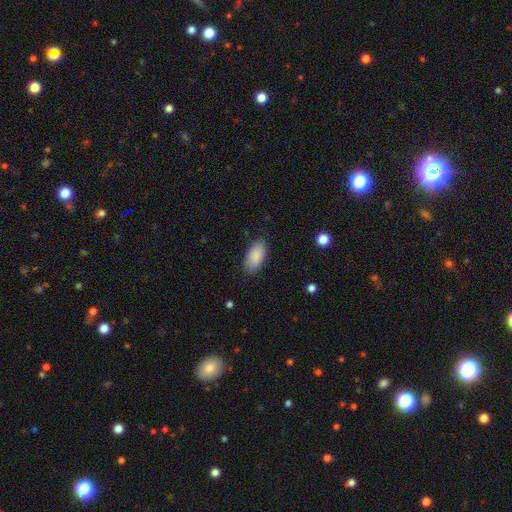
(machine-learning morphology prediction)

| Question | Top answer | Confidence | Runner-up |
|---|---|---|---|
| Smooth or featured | smooth | 88% | featured or disk (6%) |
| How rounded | in between | 93% | cigar-shaped (5%) |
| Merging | none | 80% | minor disturbance (16%) |